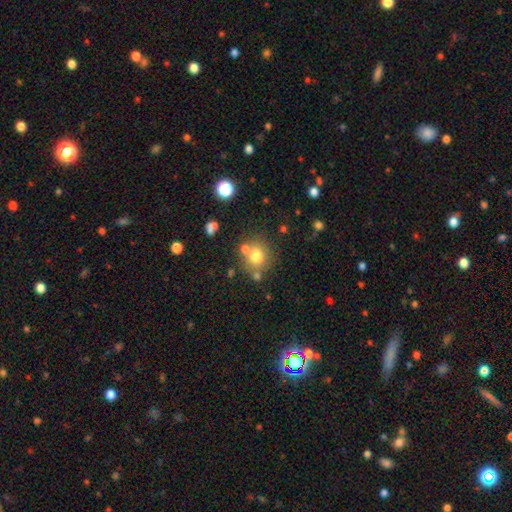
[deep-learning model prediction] smooth_or_featured: smooth (p=0.73) [alt: star or artifact p=0.14]
how_rounded: round (p=0.86) [alt: in between p=0.14]
merging: none (p=0.68) [alt: merger p=0.17]